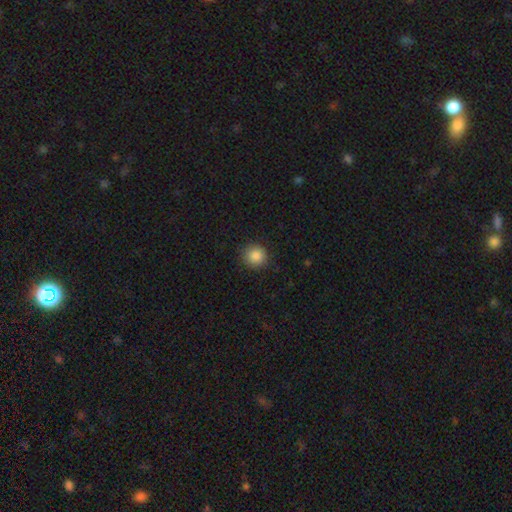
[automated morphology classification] smooth 87%, star or artifact 10%, featured or disk 3%. Down the decision tree: how rounded — round (93%); merging — none (89%).